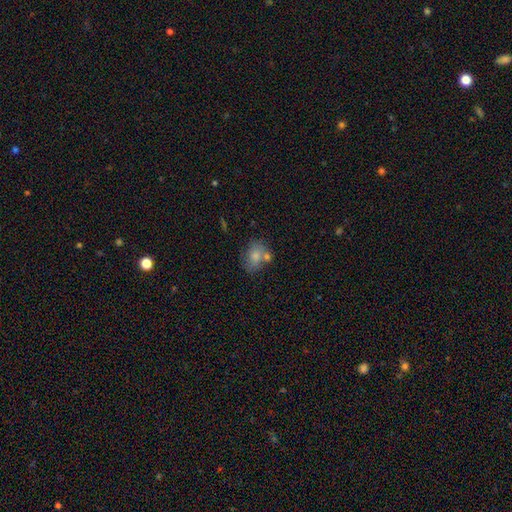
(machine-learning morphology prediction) Q: Smooth or featured?
A: smooth (73%); runner-up: featured or disk (18%)
Q: How rounded?
A: in between (62%); runner-up: round (37%)
Q: Merging?
A: none (45%); runner-up: merger (29%)